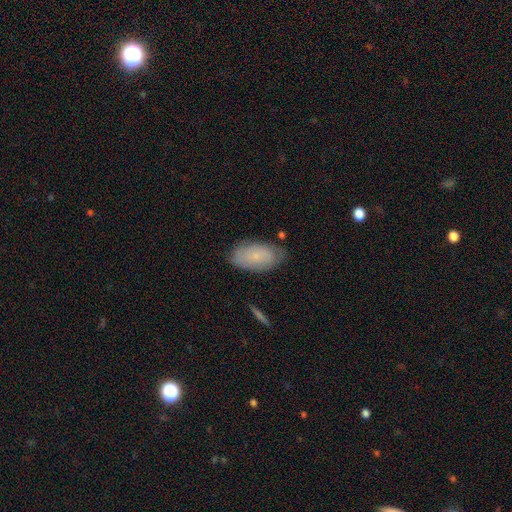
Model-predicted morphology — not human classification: A smooth galaxy with no disk features (68%) that is in between round and cigar-shaped (94%).

Vote fractions:
- Smooth or featured? smooth: 68% / featured or disk: 25% / star or artifact: 7%
- How rounded? in between: 94% / round: 4% / cigar-shaped: 3%
- Merging? none: 73% / minor disturbance: 21% / major disturbance: 4% / merger: 2%